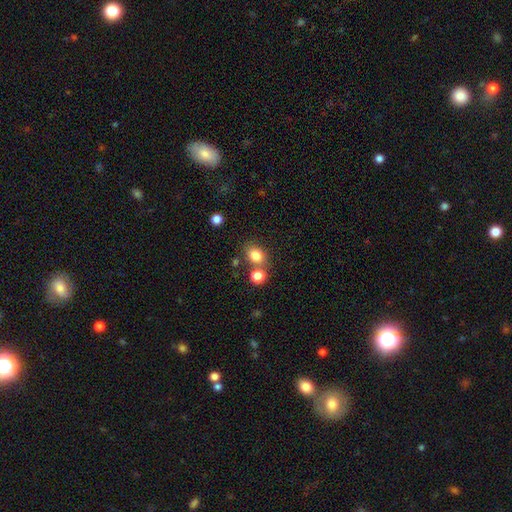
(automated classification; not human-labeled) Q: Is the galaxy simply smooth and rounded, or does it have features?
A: smooth — 82%.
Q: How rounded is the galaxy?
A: round — 53%.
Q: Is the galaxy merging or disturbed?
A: none — 65%.